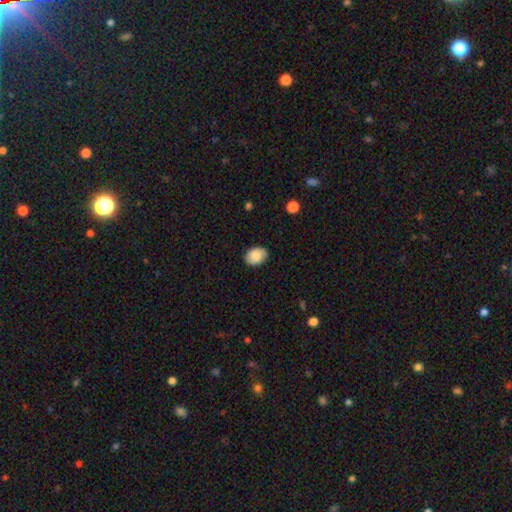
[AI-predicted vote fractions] Overall: smooth (77%). How rounded: in between (70%). Merging: none (82%).